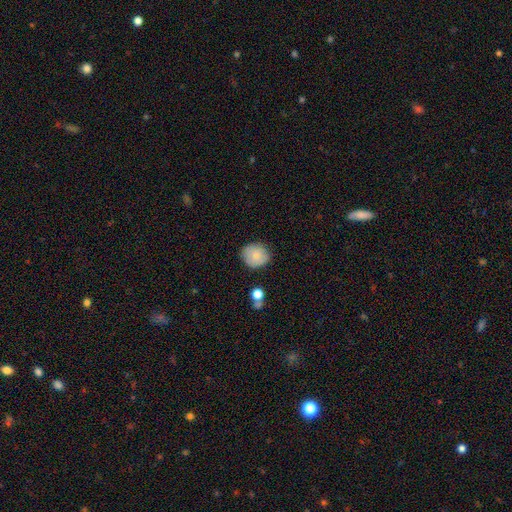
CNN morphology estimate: A smooth galaxy with no disk features (78%) that is round (84%). Merging: none (80%).